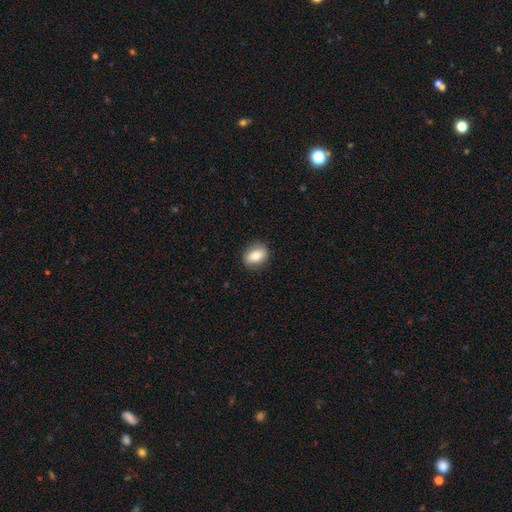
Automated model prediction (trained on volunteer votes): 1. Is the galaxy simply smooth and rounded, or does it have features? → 75% smooth, 17% featured or disk, 8% star or artifact.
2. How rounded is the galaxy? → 69% in between, 28% round, 2% cigar-shaped.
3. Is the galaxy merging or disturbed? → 86% none, 10% minor disturbance, 2% major disturbance, 1% merger.